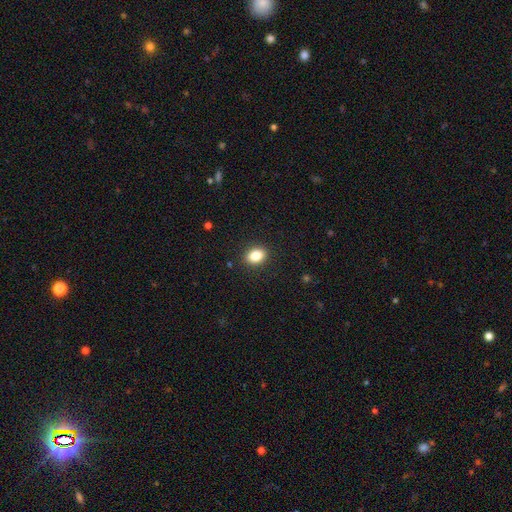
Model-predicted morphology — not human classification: This is clearly a smooth galaxy (85%). How rounded: likely in between (75%). Merging: clearly none (89%).